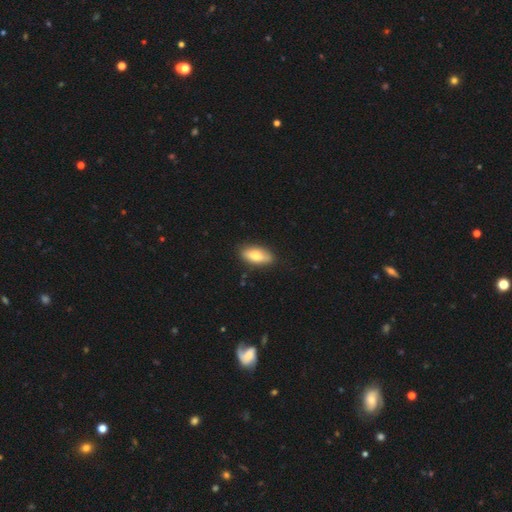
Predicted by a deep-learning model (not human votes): Overall: smooth (73%). How rounded: in between (82%). Merging: none (84%).